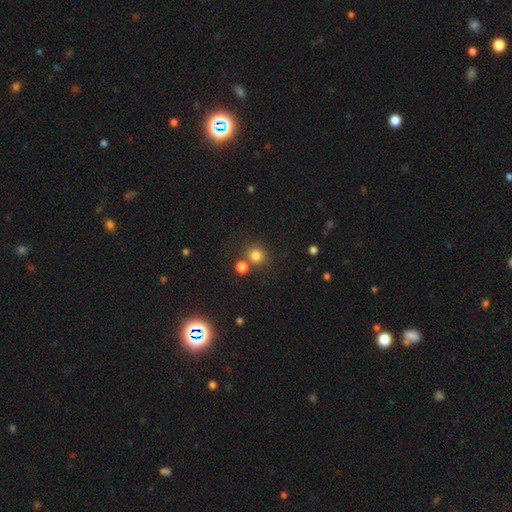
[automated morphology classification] Smooth or featured?
  - smooth: 80% *
  - star or artifact: 14%
  - featured or disk: 6%
How rounded?
  - round: 88% *
  - in between: 11%
  - cigar-shaped: 1%
Merging?
  - none: 72% *
  - merger: 17%
  - minor disturbance: 8%
  - major disturbance: 3%